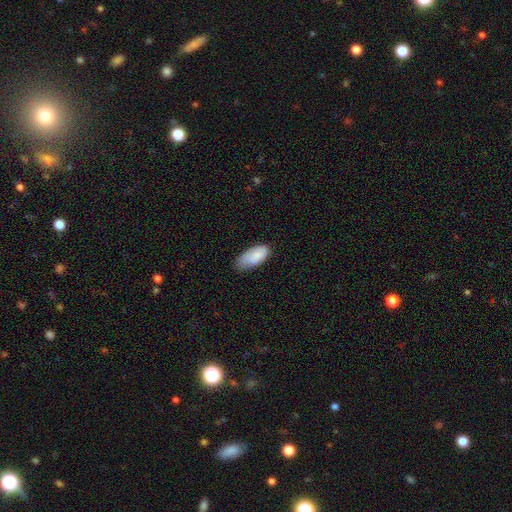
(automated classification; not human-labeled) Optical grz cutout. It shows a smooth galaxy with no disk features (83%) that is in between round and cigar-shaped (91%). Merging: none (48%).